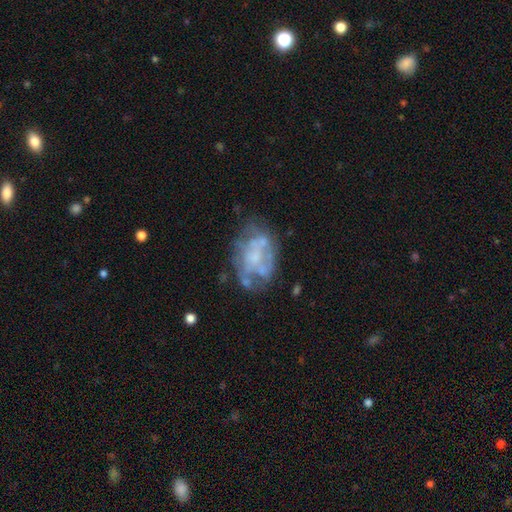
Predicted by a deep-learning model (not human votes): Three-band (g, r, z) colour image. It shows a featured or disk galaxy (68%) with no bar (84%), no spiral arms (76%) and no central bulge (40%). Merging: none (51%).